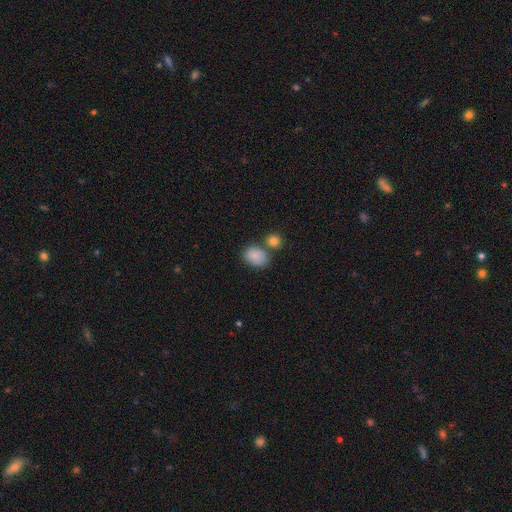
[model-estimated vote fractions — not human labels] smooth-or-featured: smooth: 84% | star or artifact: 8% | featured or disk: 7%
  how-rounded: in between: 67% | round: 32% | cigar-shaped: 1%
  merging: none: 58% | merger: 23% | minor disturbance: 15% | major disturbance: 4%